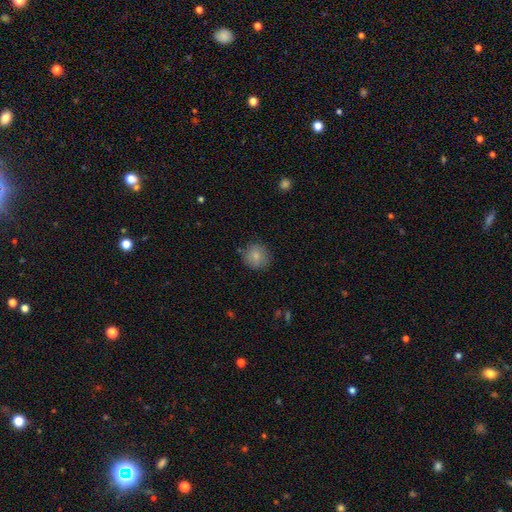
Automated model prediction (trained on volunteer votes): This appears to be a smooth galaxy with no disk features (81%) that is round (90%). Merging: none (83%).